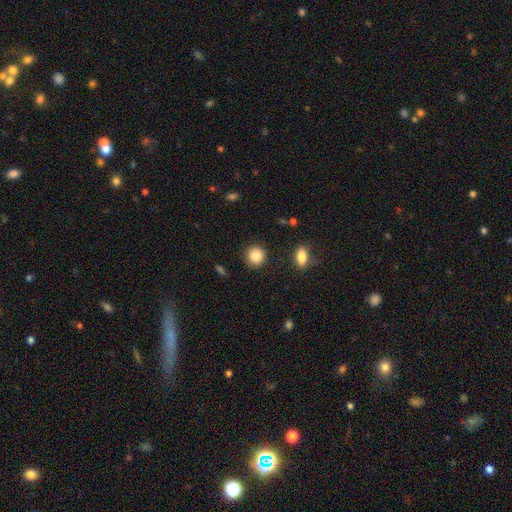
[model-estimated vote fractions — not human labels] smooth_or_featured: smooth (p=0.87) [alt: star or artifact p=0.09]
how_rounded: round (p=0.90) [alt: in between p=0.09]
merging: none (p=0.89) [alt: minor disturbance p=0.07]